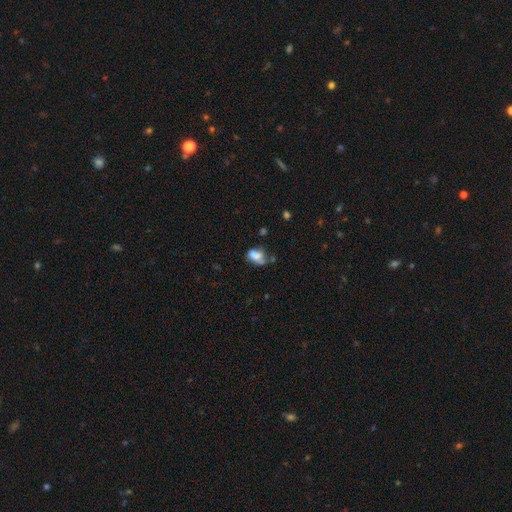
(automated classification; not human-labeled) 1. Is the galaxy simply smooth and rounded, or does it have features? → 69% smooth, 20% featured or disk, 12% star or artifact.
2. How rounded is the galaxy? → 78% in between, 20% round, 2% cigar-shaped.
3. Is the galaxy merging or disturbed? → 32% none, 29% minor disturbance, 21% merger, 19% major disturbance.